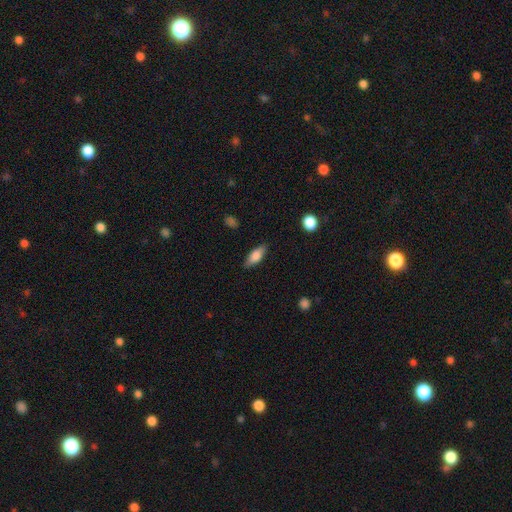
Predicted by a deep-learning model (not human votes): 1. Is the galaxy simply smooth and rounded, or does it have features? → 72% smooth, 21% featured or disk, 7% star or artifact.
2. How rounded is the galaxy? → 71% in between, 26% cigar-shaped, 3% round.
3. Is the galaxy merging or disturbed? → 85% none, 12% minor disturbance, 3% major disturbance, 1% merger.